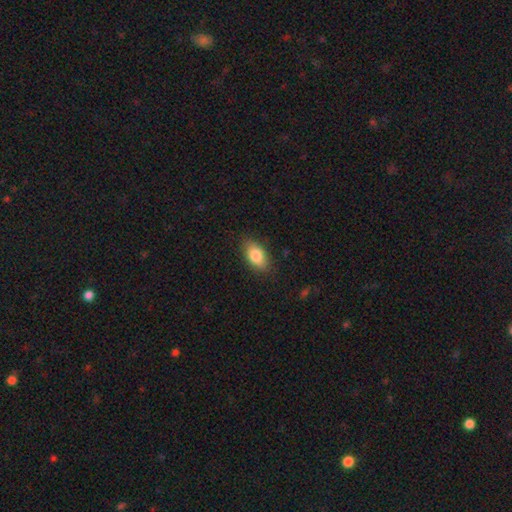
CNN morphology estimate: This is clearly a smooth galaxy (82%). How rounded: clearly in between (89%). Merging: clearly none (84%).